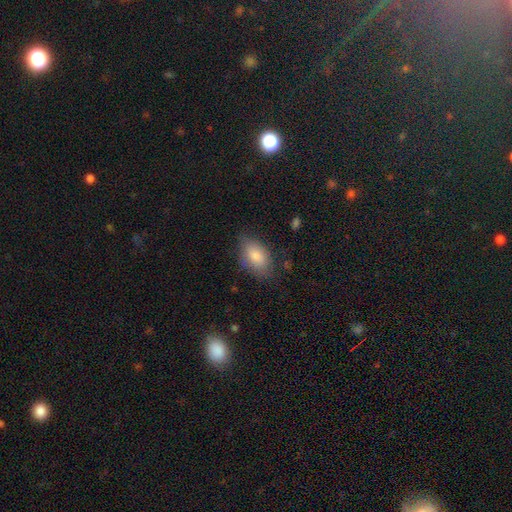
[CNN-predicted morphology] Q: Smooth or featured?
A: smooth (80%); runner-up: featured or disk (11%)
Q: How rounded?
A: in between (90%); runner-up: round (8%)
Q: Merging?
A: none (73%); runner-up: minor disturbance (21%)